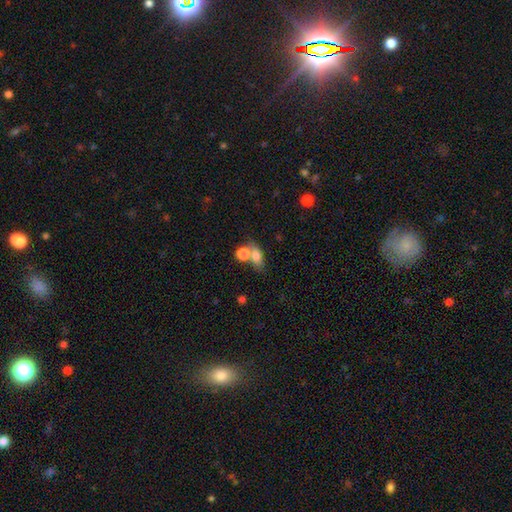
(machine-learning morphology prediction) Q: Smooth or featured?
A: smooth (78%); runner-up: featured or disk (13%)
Q: How rounded?
A: in between (70%); runner-up: round (26%)
Q: Merging?
A: merger (51%); runner-up: none (35%)